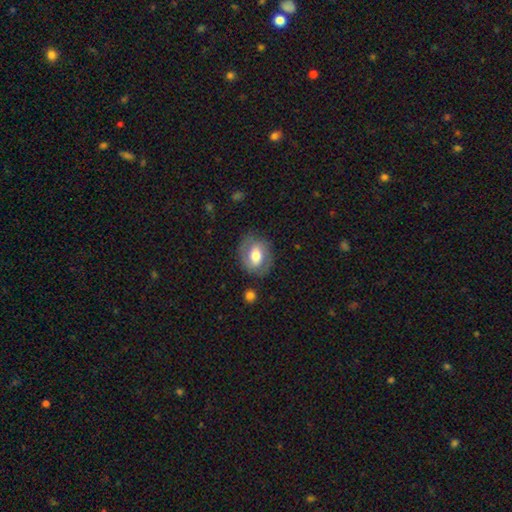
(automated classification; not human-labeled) The model was most divided on "smooth or featured": smooth: 47%, featured or disk: 46%, star or artifact: 7%. More confident: merging — none (77%).